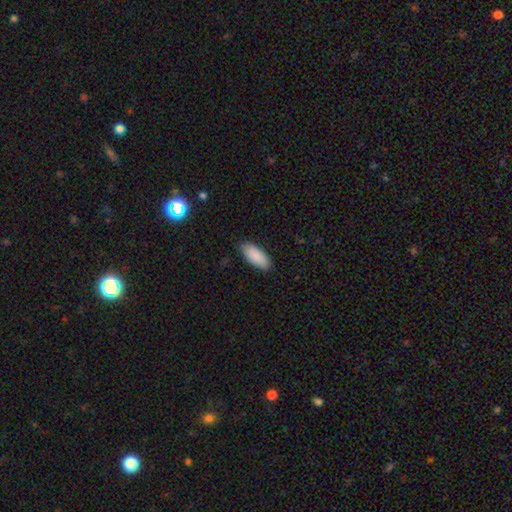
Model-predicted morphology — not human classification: Smooth or featured: smooth — 90% (star or artifact — 6%)
How rounded: in between — 85% (cigar-shaped — 13%)
Merging: none — 86% (minor disturbance — 11%)